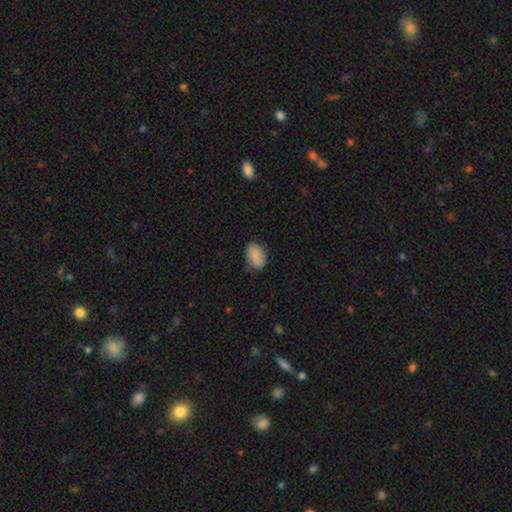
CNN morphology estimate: type=smooth (85%); roundness=in between (86%); merging=none (77%).